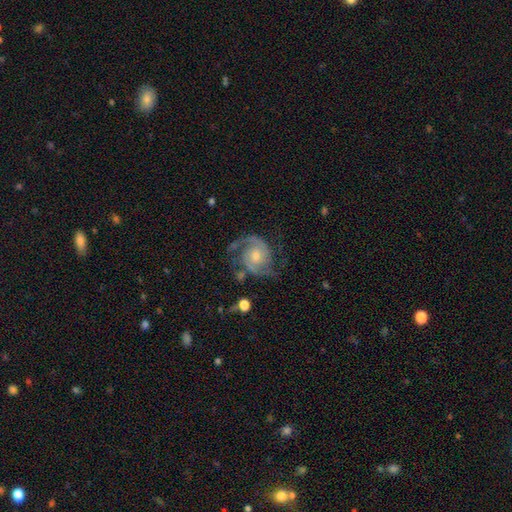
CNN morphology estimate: Smooth or featured? Predicted: featured or disk (p=0.89). Edge-on disk? Predicted: no (p=0.98). Bar? Predicted: no (p=0.68). Spiral arms? Predicted: yes (p=0.98). Spiral winding? Predicted: medium (p=0.50). Spiral arm count? Predicted: 2 (p=0.84). Bulge size? Predicted: small (p=0.48). Merging? Predicted: none (p=0.72).